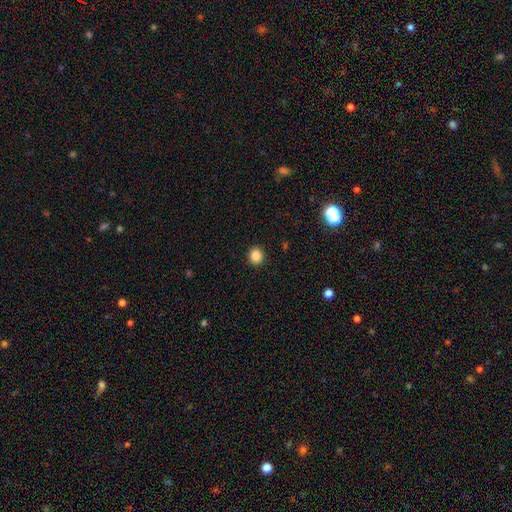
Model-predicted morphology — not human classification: A smooth galaxy with no disk features (85%) that is round (85%). Merging: none (92%).